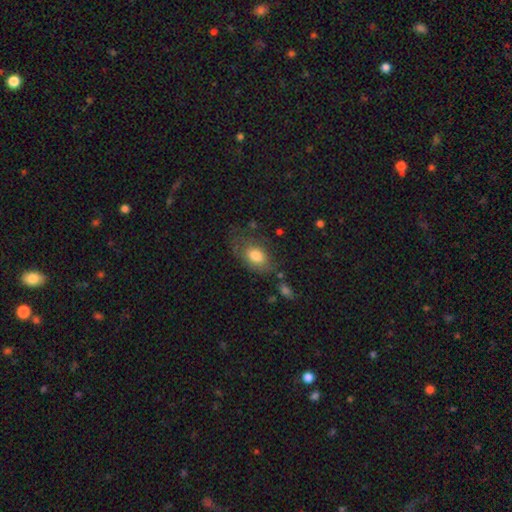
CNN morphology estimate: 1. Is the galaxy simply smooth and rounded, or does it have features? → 74% smooth, 18% featured or disk, 8% star or artifact.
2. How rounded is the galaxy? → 84% in between, 14% round, 2% cigar-shaped.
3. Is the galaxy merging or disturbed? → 52% none, 28% minor disturbance, 17% major disturbance, 4% merger.